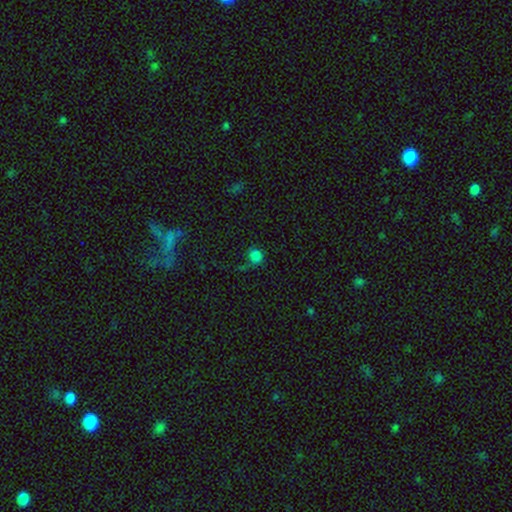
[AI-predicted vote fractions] The model was most divided on "merging": none: 63%, minor disturbance: 18%, major disturbance: 10%, merger: 9%. More confident: how rounded — round (88%); smooth or featured — smooth (78%).